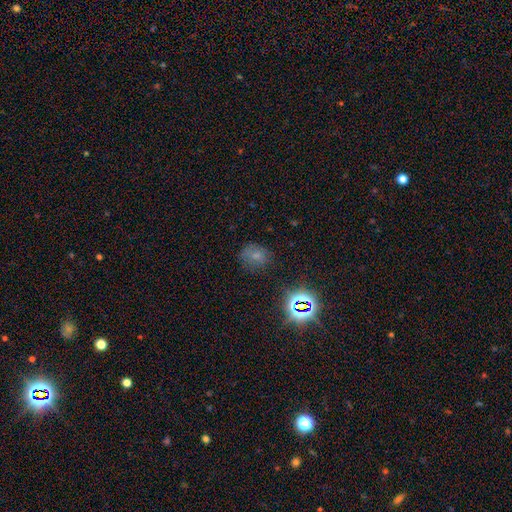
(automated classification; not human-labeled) Smooth or featured? smooth (62%)
How rounded? round (62%)
Merging? none (71%)